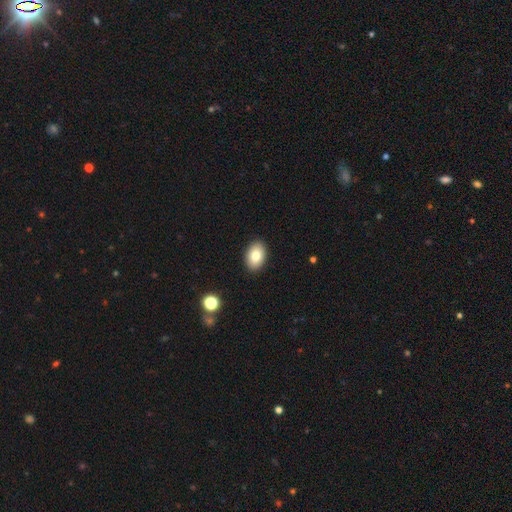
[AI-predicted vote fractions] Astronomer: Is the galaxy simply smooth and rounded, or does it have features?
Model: smooth — 82%.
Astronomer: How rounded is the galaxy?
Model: in between — 89%.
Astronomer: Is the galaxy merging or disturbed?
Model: none — 90%.